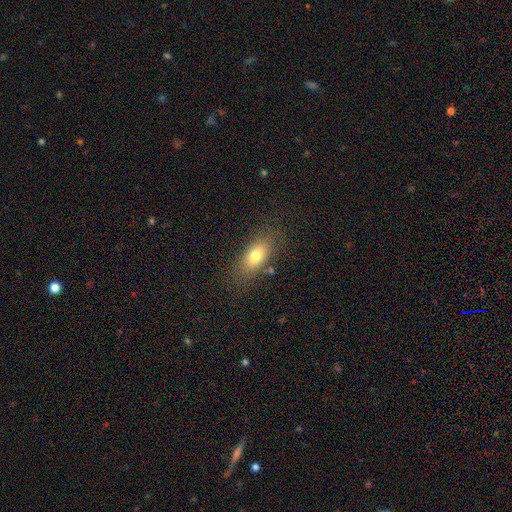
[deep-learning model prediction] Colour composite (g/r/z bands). It shows a smooth galaxy with no disk features (74%) that is in between round and cigar-shaped (83%). Merging: none (78%).